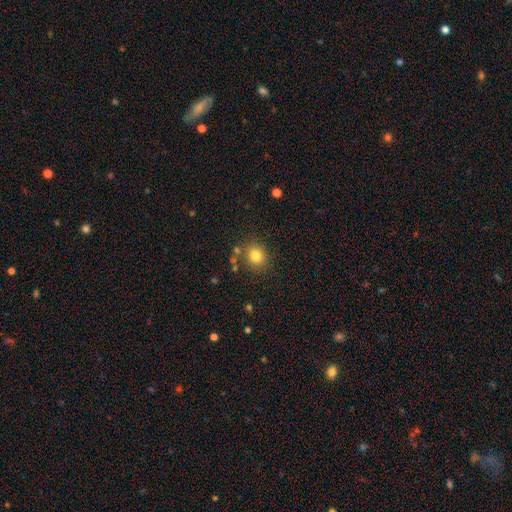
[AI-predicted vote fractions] Morphology: type=smooth (80%); roundness=round (78%); merging=none (81%).